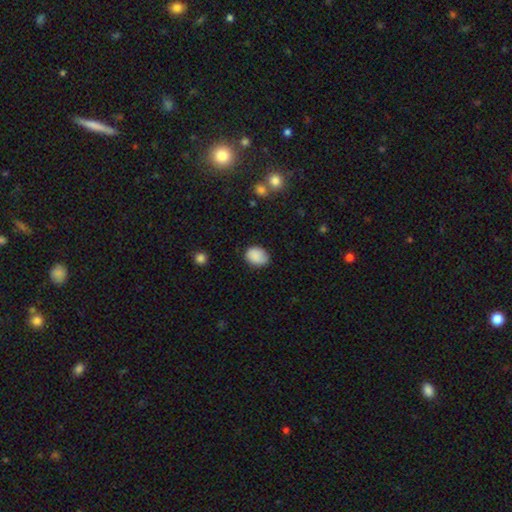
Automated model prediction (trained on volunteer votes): Overall: smooth (88%). How rounded: in between (66%; round 33%). Merging: none (75%).